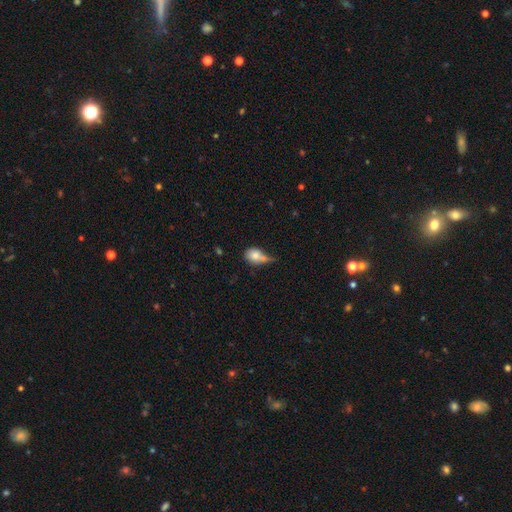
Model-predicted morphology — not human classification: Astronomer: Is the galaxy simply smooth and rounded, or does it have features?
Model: smooth — 74%.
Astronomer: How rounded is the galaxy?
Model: in between — 57% (runner-up: round, 40%).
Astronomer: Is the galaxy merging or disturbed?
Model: minor disturbance — 30% (runner-up: none, 28%).